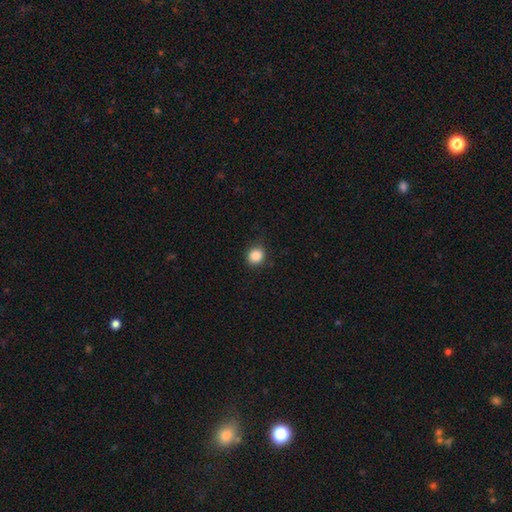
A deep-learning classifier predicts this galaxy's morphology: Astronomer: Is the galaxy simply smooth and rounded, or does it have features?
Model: smooth — 86%.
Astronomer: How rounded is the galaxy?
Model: round — 79%.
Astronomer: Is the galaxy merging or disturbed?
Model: none — 86%.